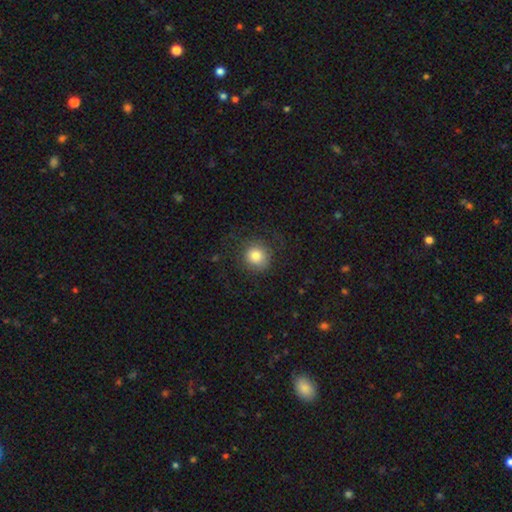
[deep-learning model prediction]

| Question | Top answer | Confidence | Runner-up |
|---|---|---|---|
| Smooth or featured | smooth | 80% | featured or disk (11%) |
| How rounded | round | 91% | in between (8%) |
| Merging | none | 77% | minor disturbance (12%) |